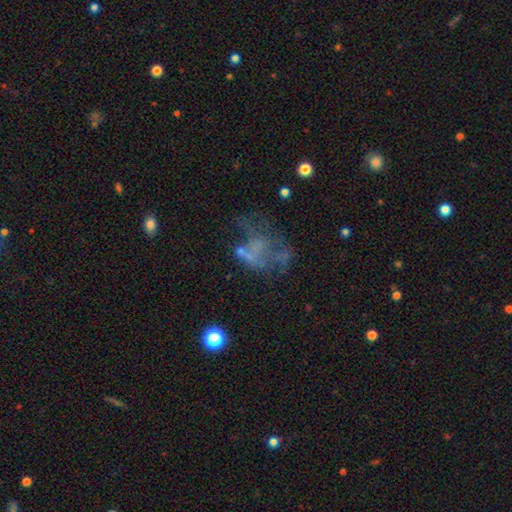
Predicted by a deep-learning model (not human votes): smooth_or_featured: featured or disk (p=0.50) [alt: star or artifact p=0.27]
disk_edge_on: no (p=0.97) [alt: yes p=0.03]
merging: none (p=0.40) [alt: major disturbance p=0.33]